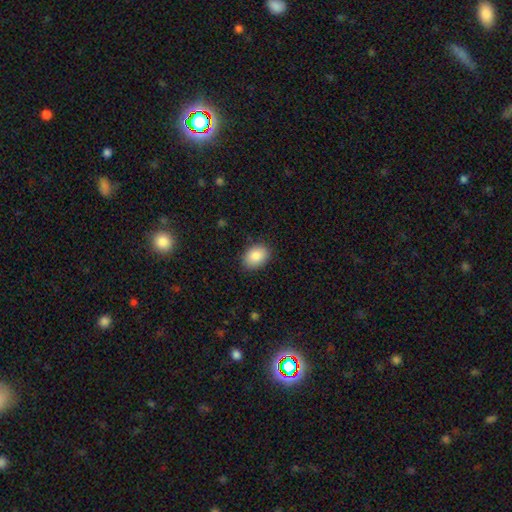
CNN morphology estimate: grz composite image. It shows a smooth galaxy with no disk features (87%) that is in between round and cigar-shaped (74%). Merging: none (86%).